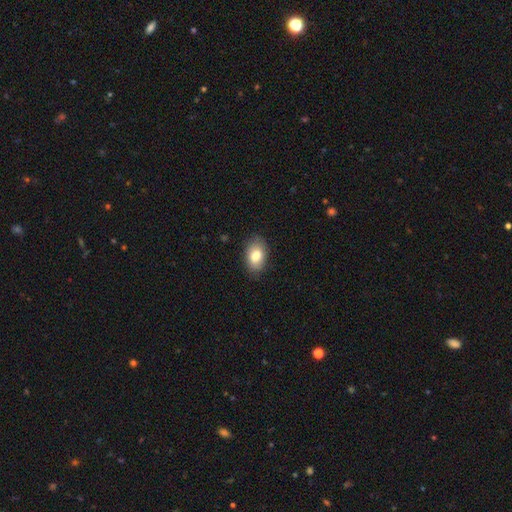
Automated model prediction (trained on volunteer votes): smooth_or_featured: smooth (p=0.82) [alt: featured or disk p=0.10]
how_rounded: in between (p=0.87) [alt: round p=0.12]
merging: none (p=0.85) [alt: minor disturbance p=0.12]